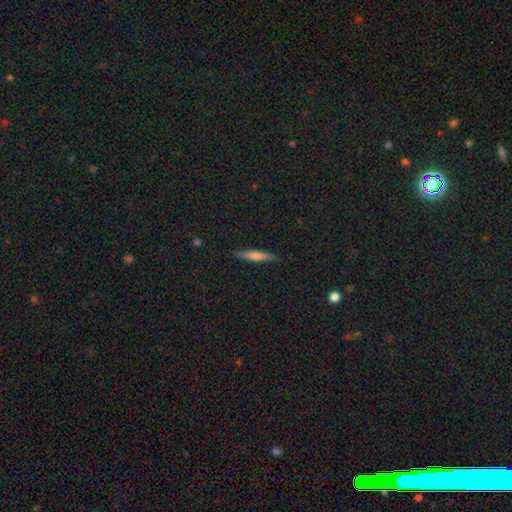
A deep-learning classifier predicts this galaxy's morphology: Overall: smooth (52%; featured or disk 40%). How rounded: cigar-shaped (91%). Merging: none (90%).